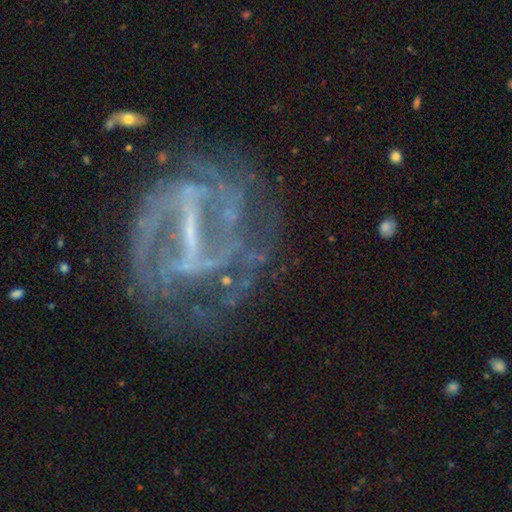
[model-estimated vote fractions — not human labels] A featured or disk galaxy (87%) with a strong bar (73%), 2 (49%) medium (43%) spiral arms (87%) and a small central bulge (50%). Merging: none (62%).